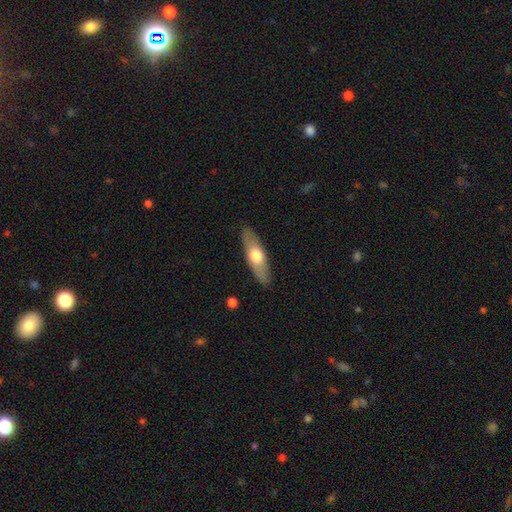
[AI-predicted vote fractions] Smooth or featured? Predicted: smooth (p=0.54). How rounded? Predicted: cigar-shaped (p=0.54). Merging? Predicted: none (p=0.87).